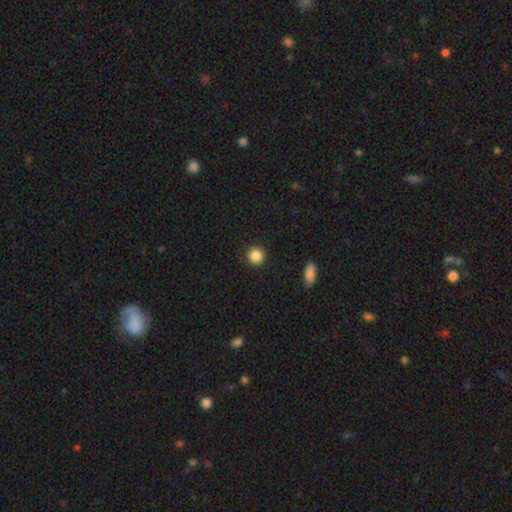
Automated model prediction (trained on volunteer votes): The model was most divided on "smooth or featured": smooth: 87%, star or artifact: 10%, featured or disk: 4%. More confident: how rounded — round (93%); merging — none (90%).